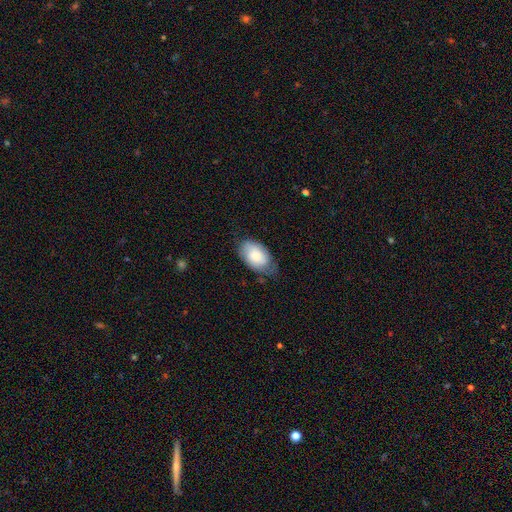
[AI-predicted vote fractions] Smooth or featured?
  - smooth: 79% *
  - featured or disk: 14%
  - star or artifact: 6%
How rounded?
  - in between: 93% *
  - round: 6%
  - cigar-shaped: 1%
Merging?
  - none: 60% *
  - minor disturbance: 31%
  - major disturbance: 8%
  - merger: 1%